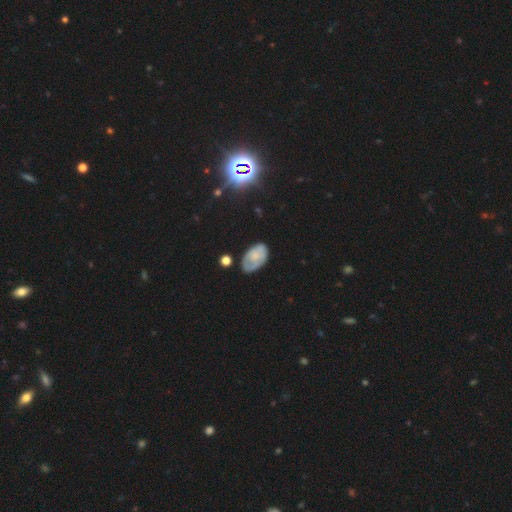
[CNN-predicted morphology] This is possibly a smooth galaxy (56%). How rounded: clearly in between (92%). Merging: possibly none (56%).